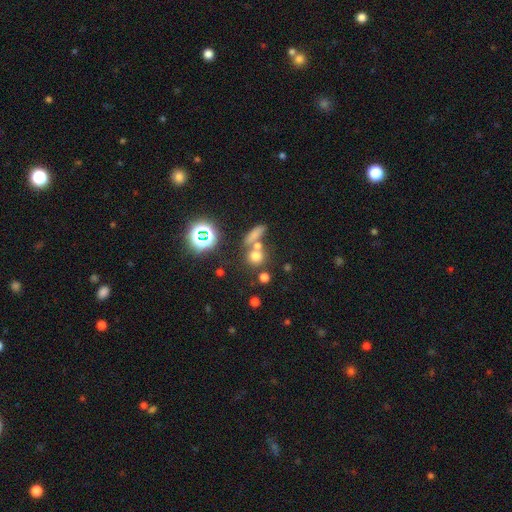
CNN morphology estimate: Smooth or featured: smooth — 63% (star or artifact — 26%)
How rounded: round — 83% (in between — 13%)
Merging: none — 57% (merger — 30%)